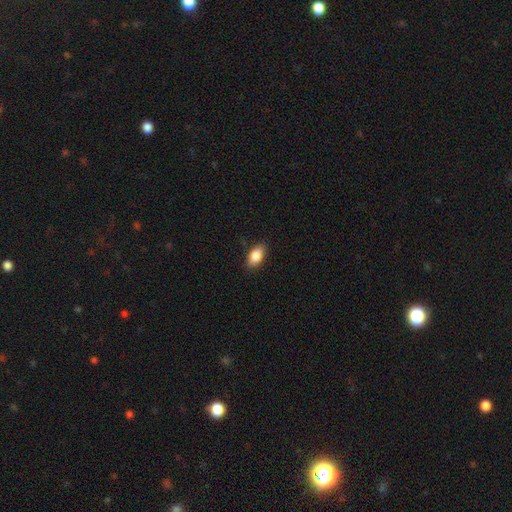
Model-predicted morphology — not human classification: Q: Smooth or featured?
A: smooth (84%); runner-up: featured or disk (9%)
Q: How rounded?
A: in between (90%); runner-up: round (6%)
Q: Merging?
A: none (86%); runner-up: minor disturbance (10%)